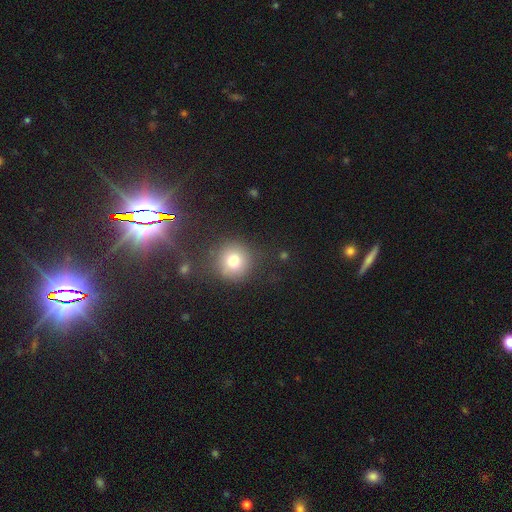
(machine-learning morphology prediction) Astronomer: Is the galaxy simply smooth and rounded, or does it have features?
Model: star or artifact — 54% (runner-up: smooth, 36%).